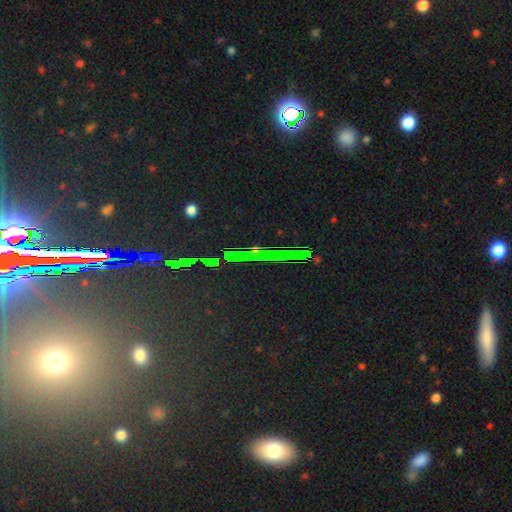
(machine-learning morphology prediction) Smooth or featured?
  - star or artifact: 67% *
  - featured or disk: 18%
  - smooth: 15%